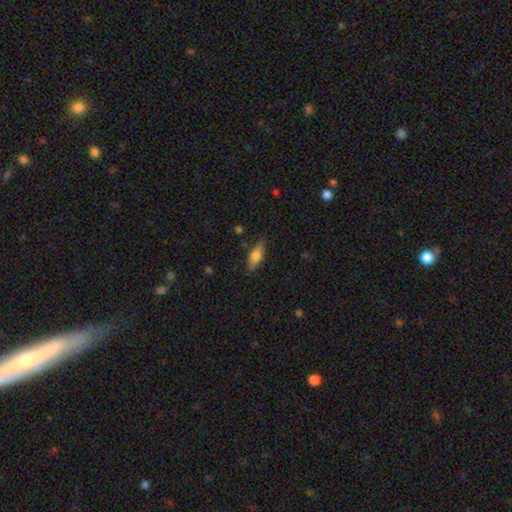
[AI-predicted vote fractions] smooth_or_featured: smooth (p=0.63) [alt: featured or disk p=0.30]
how_rounded: in between (p=0.59) [alt: cigar-shaped p=0.38]
merging: none (p=0.79) [alt: minor disturbance p=0.16]